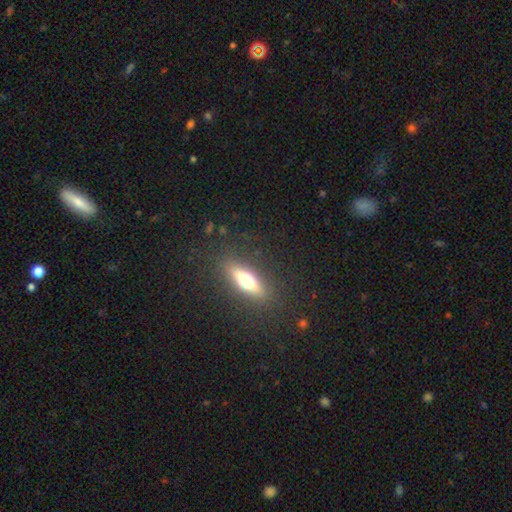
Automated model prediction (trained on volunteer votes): Morphology: type=smooth (47%); merging=none (87%).